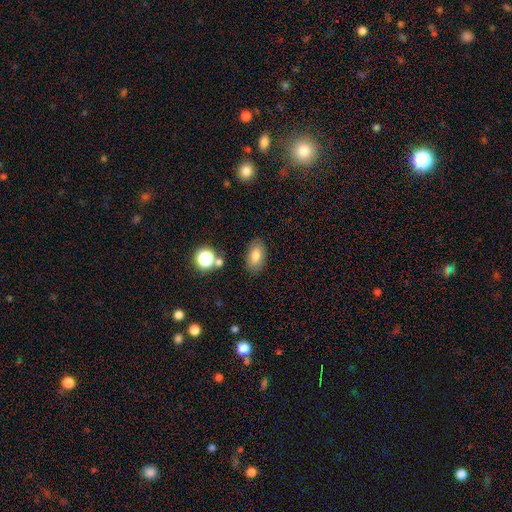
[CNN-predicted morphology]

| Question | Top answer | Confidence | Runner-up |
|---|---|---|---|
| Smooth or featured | smooth | 78% | featured or disk (12%) |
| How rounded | in between | 90% | round (8%) |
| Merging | none | 84% | minor disturbance (10%) |